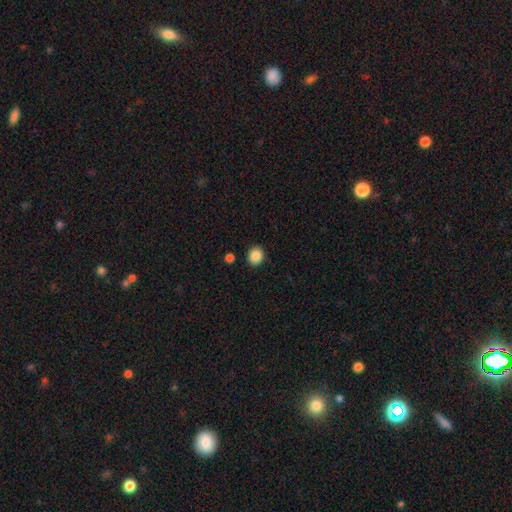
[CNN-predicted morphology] A smooth galaxy with no disk features (87%) that is round (71%).

Vote fractions:
- Smooth or featured? smooth: 87% / star or artifact: 9% / featured or disk: 4%
- How rounded? round: 71% / in between: 29% / cigar-shaped: 1%
- Merging? none: 89% / minor disturbance: 7% / merger: 2% / major disturbance: 2%